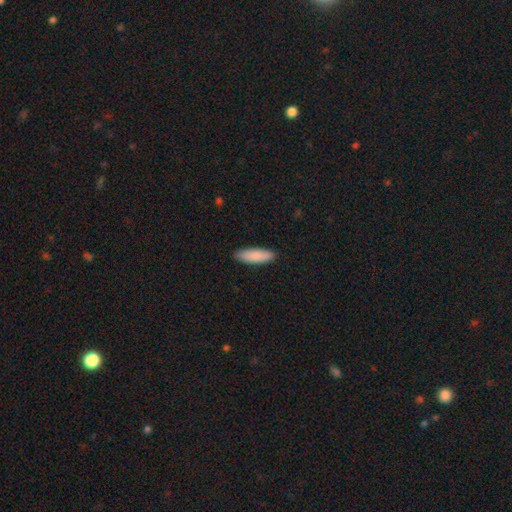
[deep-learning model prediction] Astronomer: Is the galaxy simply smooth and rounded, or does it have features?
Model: smooth — 88%.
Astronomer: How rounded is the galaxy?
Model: cigar-shaped — 50% (runner-up: in between, 48%).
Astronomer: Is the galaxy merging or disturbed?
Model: none — 89%.